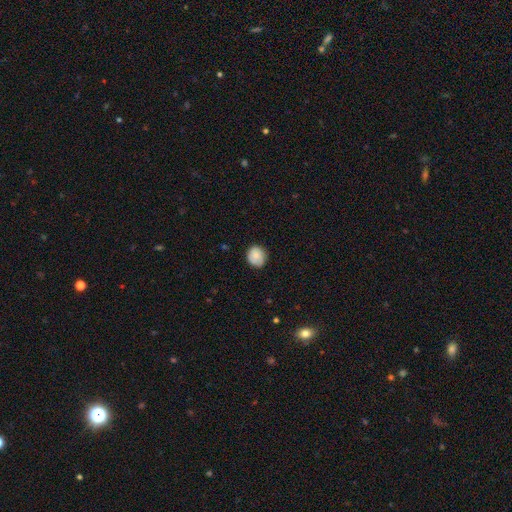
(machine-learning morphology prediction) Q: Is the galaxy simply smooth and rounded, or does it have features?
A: smooth — 84%.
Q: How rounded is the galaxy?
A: round — 78%.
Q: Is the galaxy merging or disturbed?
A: none — 78%.